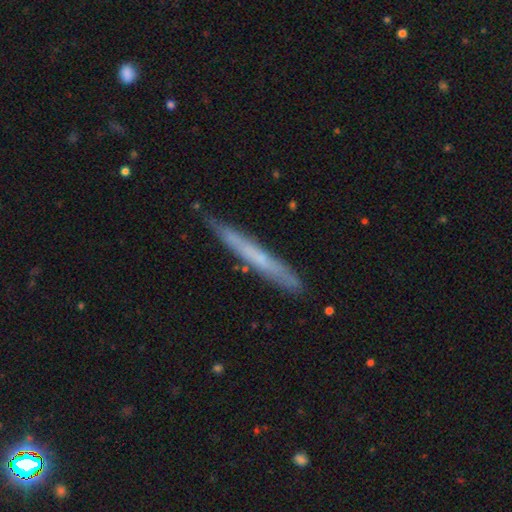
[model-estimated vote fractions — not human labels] smooth_or_featured: featured or disk (p=0.48) [alt: smooth p=0.45]
merging: none (p=0.81) [alt: minor disturbance p=0.15]